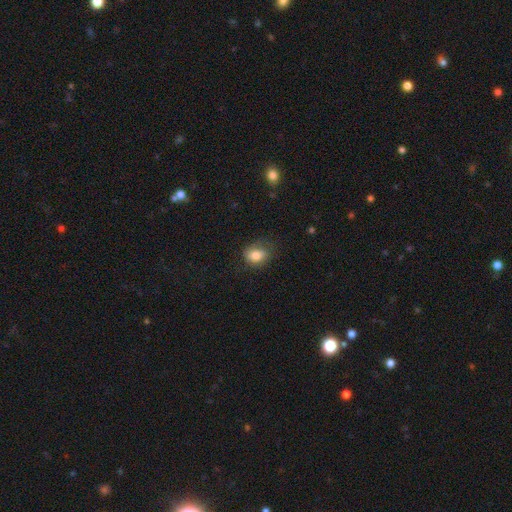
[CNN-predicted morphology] Q: Smooth or featured?
A: smooth (75%); runner-up: featured or disk (17%)
Q: How rounded?
A: in between (66%); runner-up: round (33%)
Q: Merging?
A: none (58%); runner-up: minor disturbance (26%)